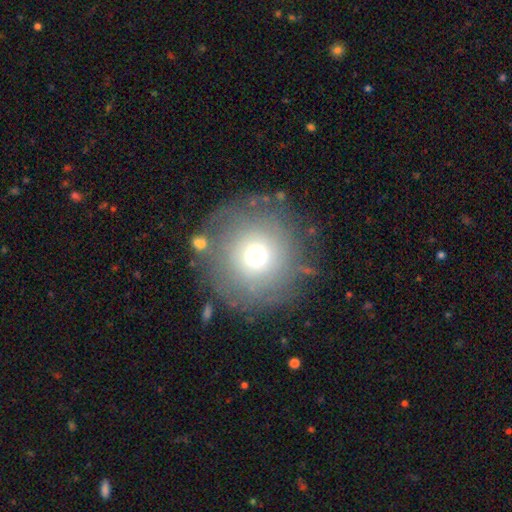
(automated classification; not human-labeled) This appears to be a smooth galaxy with no disk features (56%) that is round (93%). Merging: none (73%).